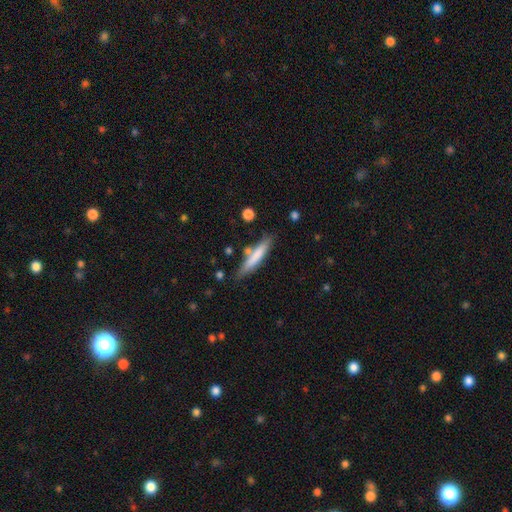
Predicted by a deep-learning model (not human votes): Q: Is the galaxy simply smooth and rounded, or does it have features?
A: smooth — 69%.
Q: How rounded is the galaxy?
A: cigar-shaped — 89%.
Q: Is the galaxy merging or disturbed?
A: none — 72%.